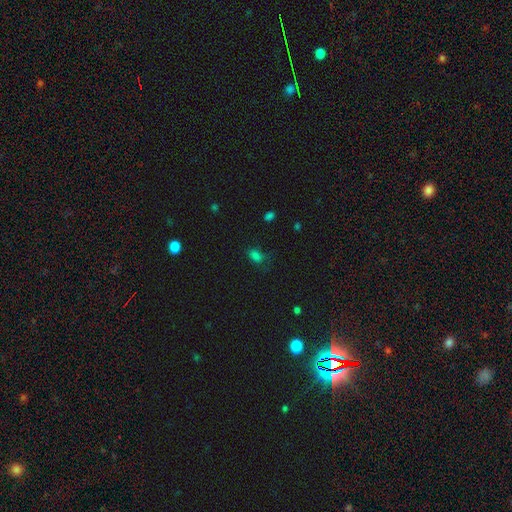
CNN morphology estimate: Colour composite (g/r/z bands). It shows a smooth galaxy with no disk features (71%) that is in between round and cigar-shaped (78%). Merging: none (60%).